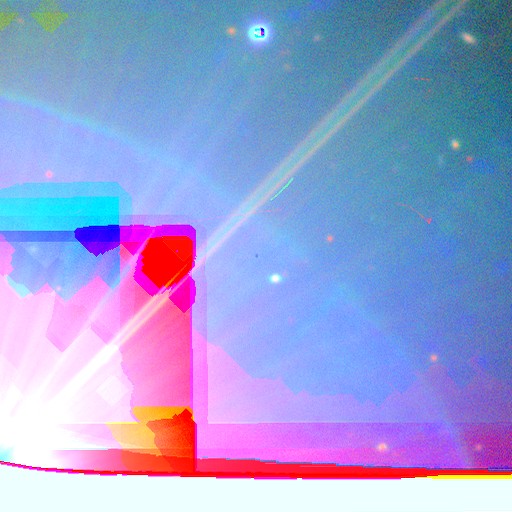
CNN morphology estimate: smooth_or_featured: star or artifact (p=0.87) [alt: featured or disk p=0.07]